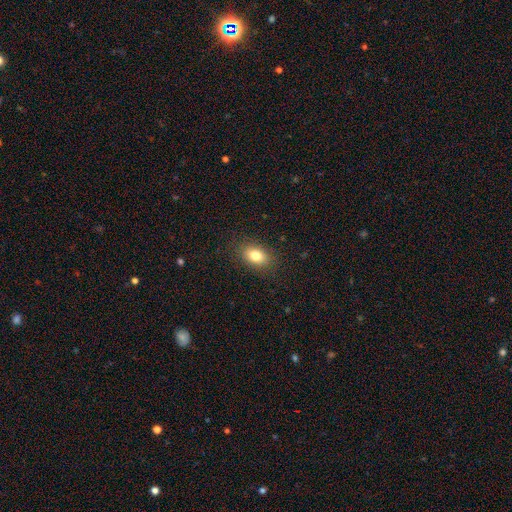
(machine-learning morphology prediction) Q: Smooth or featured?
A: smooth (81%); runner-up: featured or disk (10%)
Q: How rounded?
A: in between (85%); runner-up: round (13%)
Q: Merging?
A: none (87%); runner-up: minor disturbance (9%)